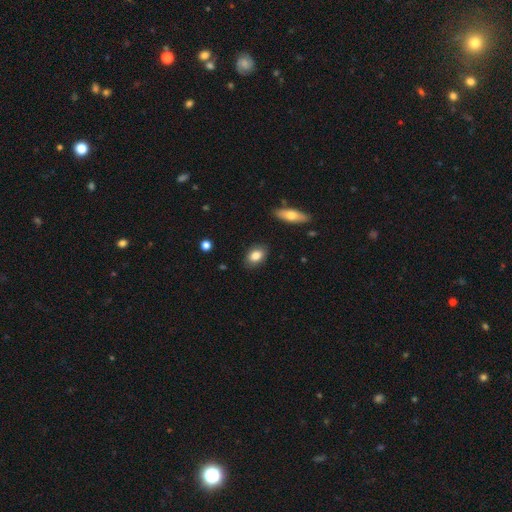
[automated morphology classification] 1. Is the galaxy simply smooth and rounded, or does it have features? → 82% smooth, 11% featured or disk, 7% star or artifact.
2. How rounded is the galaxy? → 82% in between, 16% round, 2% cigar-shaped.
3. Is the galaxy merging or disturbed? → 86% none, 11% minor disturbance, 2% major disturbance, 1% merger.